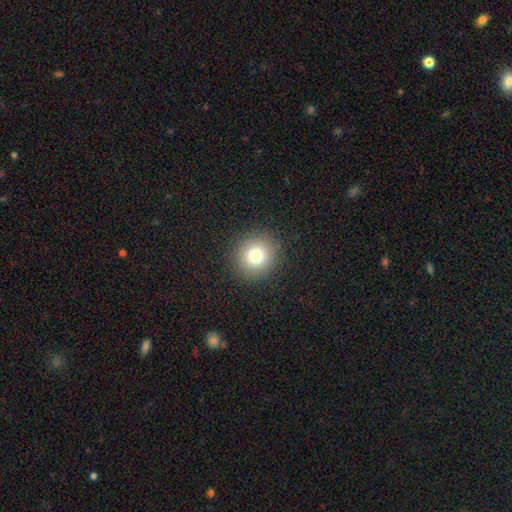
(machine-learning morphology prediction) The model was most divided on "smooth or featured": smooth: 77%, star or artifact: 13%, featured or disk: 10%. More confident: how rounded — round (92%); merging — none (90%).